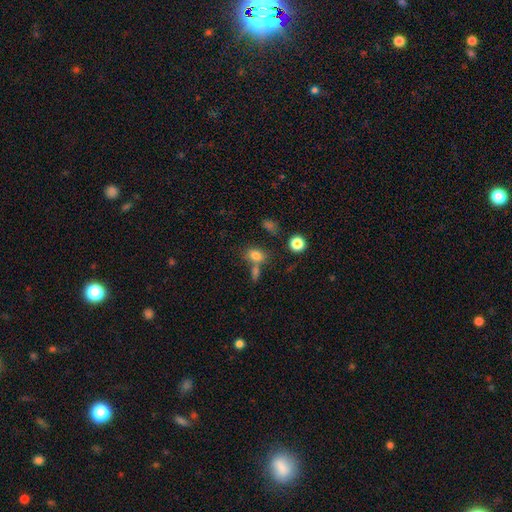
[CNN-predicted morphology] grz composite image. It shows a smooth galaxy with no disk features (78%) that is in between round and cigar-shaped (74%). Merging: none (54%).